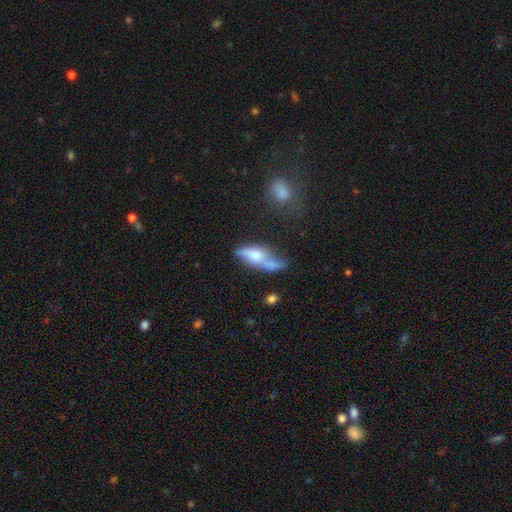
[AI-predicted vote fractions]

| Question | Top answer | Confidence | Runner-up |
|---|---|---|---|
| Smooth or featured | smooth | 48% | featured or disk (44%) |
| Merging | none | 31% | merger (27%) |